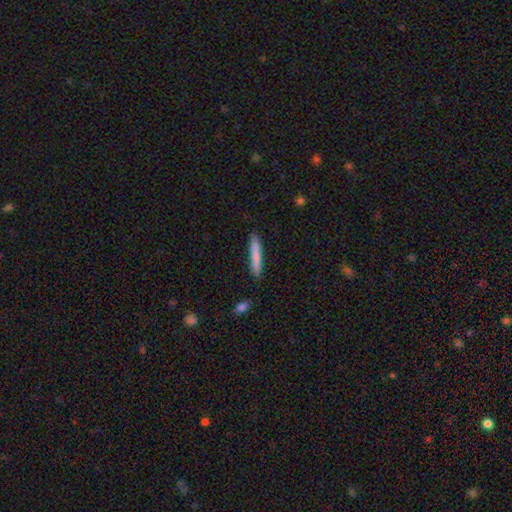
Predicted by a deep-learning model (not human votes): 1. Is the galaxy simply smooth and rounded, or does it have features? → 81% smooth, 13% featured or disk, 6% star or artifact.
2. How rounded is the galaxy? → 93% cigar-shaped, 6% in between, 1% round.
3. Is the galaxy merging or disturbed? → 87% none, 10% minor disturbance, 2% major disturbance, 2% merger.